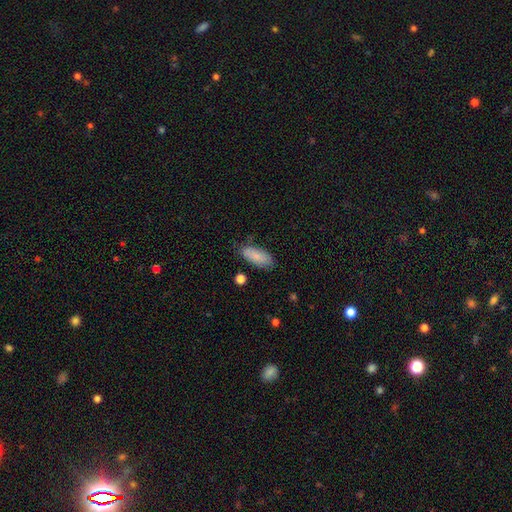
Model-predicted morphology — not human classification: A smooth galaxy with no disk features (83%) that is in between round and cigar-shaped (85%). Merging: none (74%).